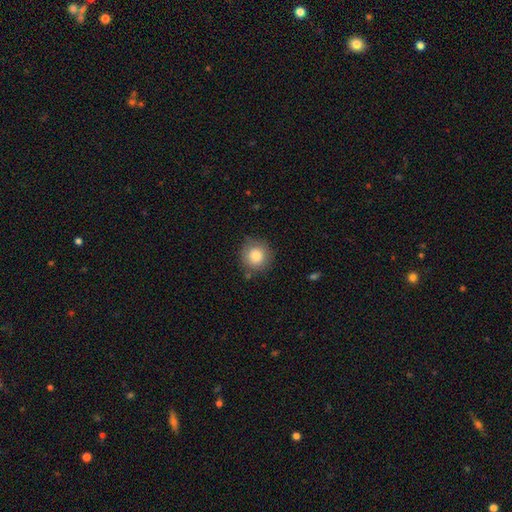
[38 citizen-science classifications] smooth_or_featured: smooth (p=0.87) [alt: star or artifact p=0.11]
how_rounded: round (p=1.00)
merging: none (p=0.68) [alt: minor disturbance p=0.21]